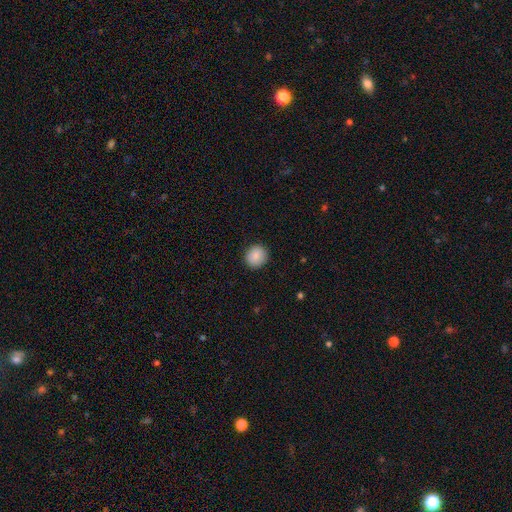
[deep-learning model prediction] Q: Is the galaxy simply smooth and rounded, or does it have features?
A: smooth — 88%.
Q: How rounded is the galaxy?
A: round — 89%.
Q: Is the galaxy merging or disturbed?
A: none — 91%.